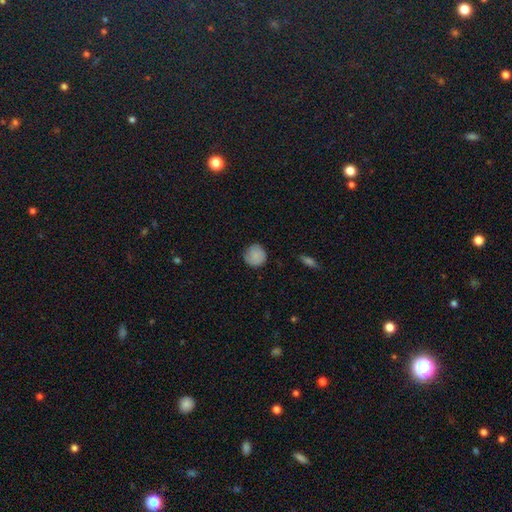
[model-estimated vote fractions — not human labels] Smooth or featured: smooth — 85% (star or artifact — 8%)
How rounded: round — 92% (in between — 7%)
Merging: none — 82% (minor disturbance — 14%)